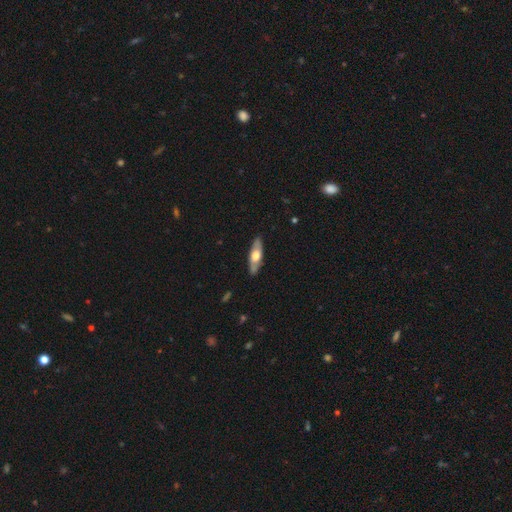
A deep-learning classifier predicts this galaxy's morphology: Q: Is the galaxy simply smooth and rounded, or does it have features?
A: featured or disk — 49%.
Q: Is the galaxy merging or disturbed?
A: none — 85%.